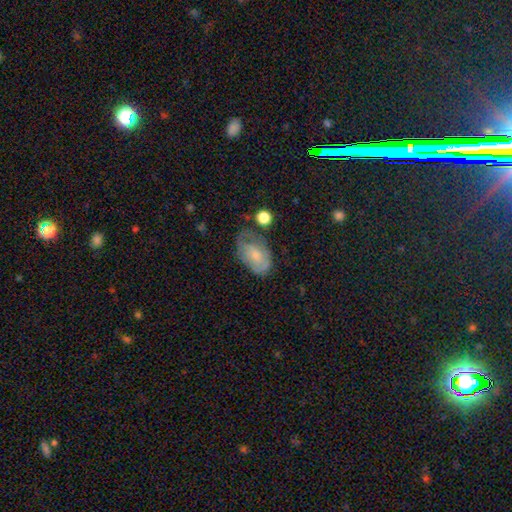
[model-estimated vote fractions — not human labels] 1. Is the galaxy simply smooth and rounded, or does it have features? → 56% smooth, 36% featured or disk, 8% star or artifact.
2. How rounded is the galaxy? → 89% in between, 9% round, 2% cigar-shaped.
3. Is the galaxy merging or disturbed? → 43% none, 33% minor disturbance, 19% major disturbance, 5% merger.